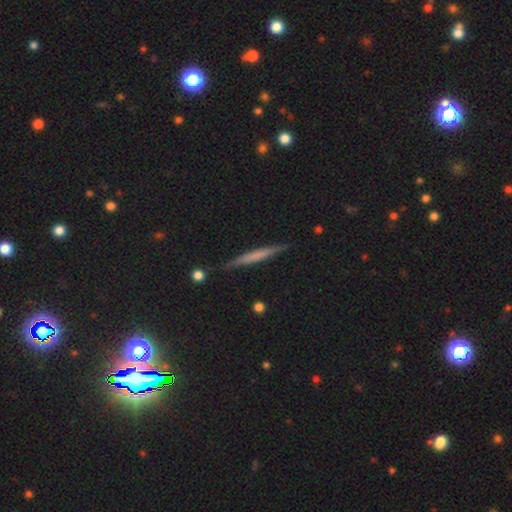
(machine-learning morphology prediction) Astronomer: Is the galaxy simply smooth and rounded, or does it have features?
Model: smooth — 53% (runner-up: featured or disk, 40%).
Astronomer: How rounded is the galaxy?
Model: cigar-shaped — 95%.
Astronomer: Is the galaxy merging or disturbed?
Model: none — 88%.